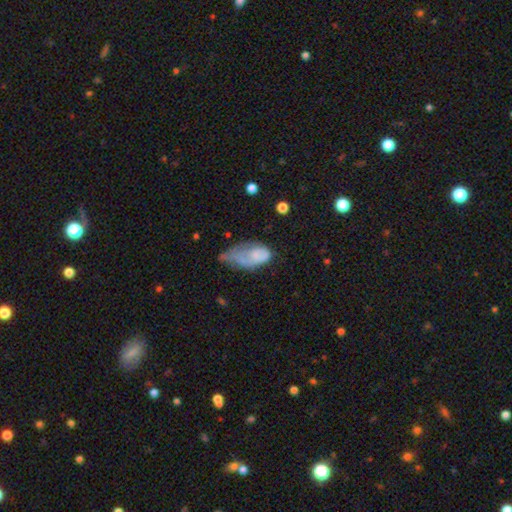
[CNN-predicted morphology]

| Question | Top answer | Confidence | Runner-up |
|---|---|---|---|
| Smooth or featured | smooth | 58% | featured or disk (33%) |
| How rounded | in between | 89% | cigar-shaped (5%) |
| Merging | major disturbance | 44% | minor disturbance (32%) |